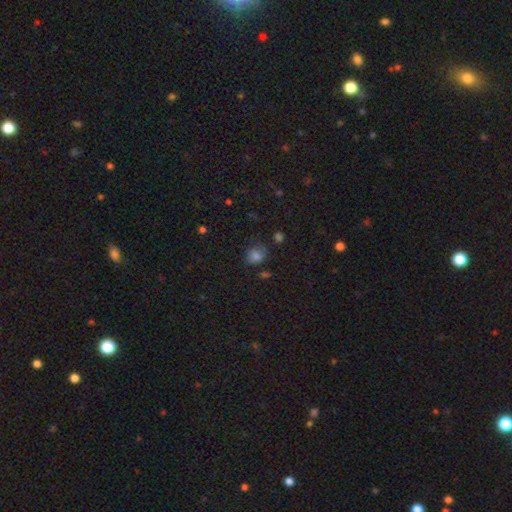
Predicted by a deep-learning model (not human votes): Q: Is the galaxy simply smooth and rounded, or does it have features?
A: smooth — 74%.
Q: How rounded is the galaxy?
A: round — 62%.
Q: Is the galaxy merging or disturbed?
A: none — 64%.